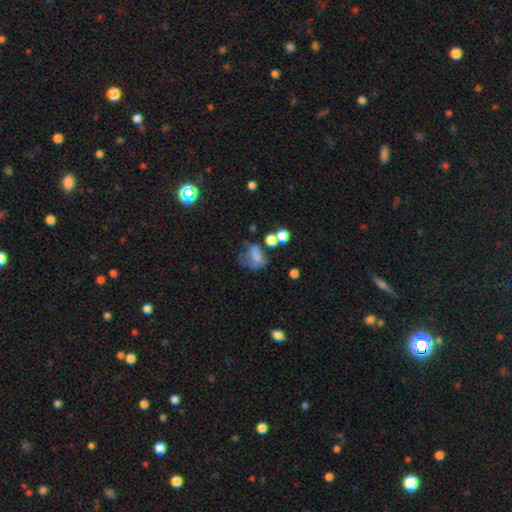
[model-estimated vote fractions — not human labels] smooth-or-featured: smooth: 57% | featured or disk: 27% | star or artifact: 16%
  how-rounded: in between: 65% | round: 32% | cigar-shaped: 3%
  merging: major disturbance: 35% | none: 29% | minor disturbance: 24% | merger: 12%